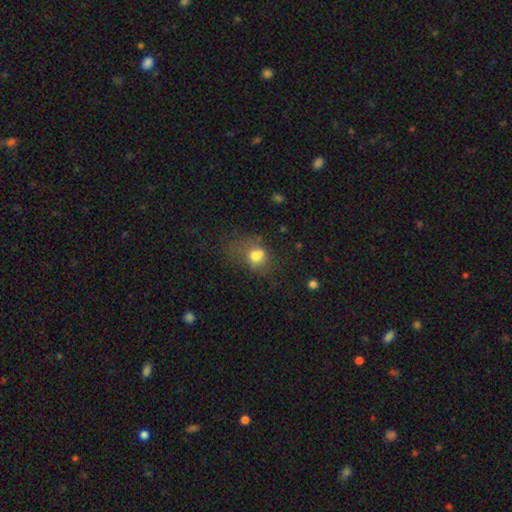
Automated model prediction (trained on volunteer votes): Smooth or featured? Predicted: smooth (p=0.69). How rounded? Predicted: in between (p=0.52). Merging? Predicted: none (p=0.32).